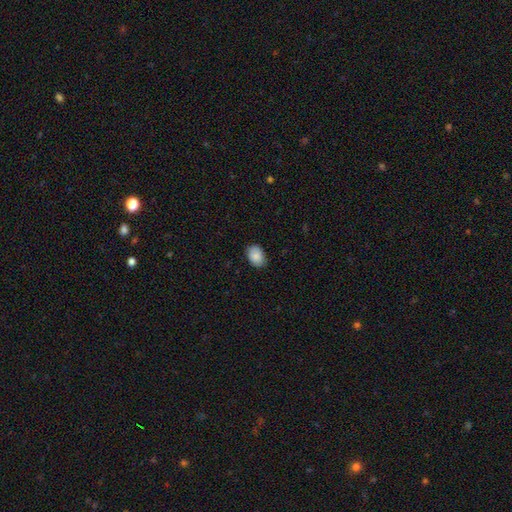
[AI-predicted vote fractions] This is clearly a smooth galaxy (88%). How rounded: likely in between (80%). Merging: clearly none (85%).